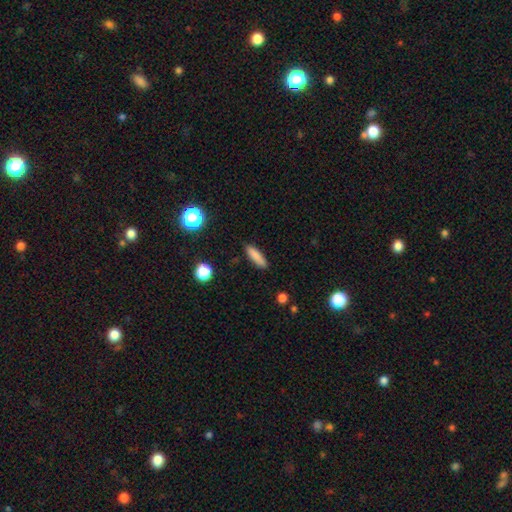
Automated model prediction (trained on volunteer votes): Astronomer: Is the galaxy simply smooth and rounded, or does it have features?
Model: smooth — 84%.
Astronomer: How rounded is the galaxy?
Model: cigar-shaped — 64%.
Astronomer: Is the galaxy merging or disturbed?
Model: none — 87%.